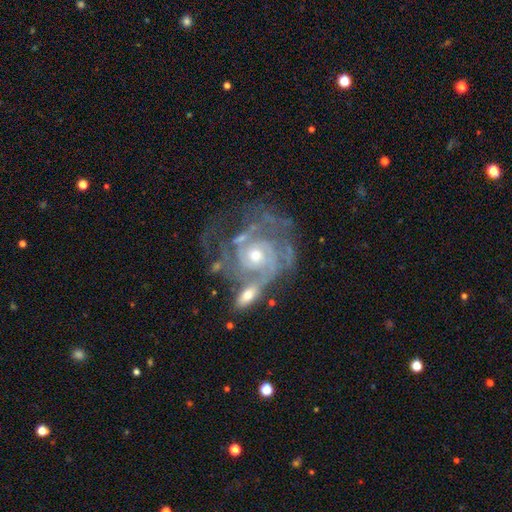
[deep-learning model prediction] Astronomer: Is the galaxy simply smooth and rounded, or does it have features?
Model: featured or disk — 88%.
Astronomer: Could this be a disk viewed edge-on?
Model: no — 97%.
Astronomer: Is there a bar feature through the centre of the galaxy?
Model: no — 77%.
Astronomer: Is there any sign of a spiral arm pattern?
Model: yes — 94%.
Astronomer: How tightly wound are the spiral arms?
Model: tight — 68%.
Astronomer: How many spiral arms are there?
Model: can't tell — 32% (runner-up: 2, 25%).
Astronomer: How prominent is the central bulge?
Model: moderate — 57% (runner-up: small, 38%).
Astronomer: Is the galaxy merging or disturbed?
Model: none — 38% (runner-up: merger, 25%).